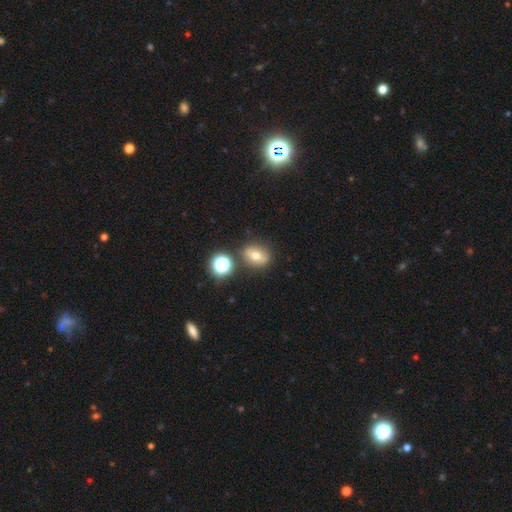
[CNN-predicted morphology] Smooth or featured? smooth (61%)
How rounded? in between (53%)
Merging? none (77%)